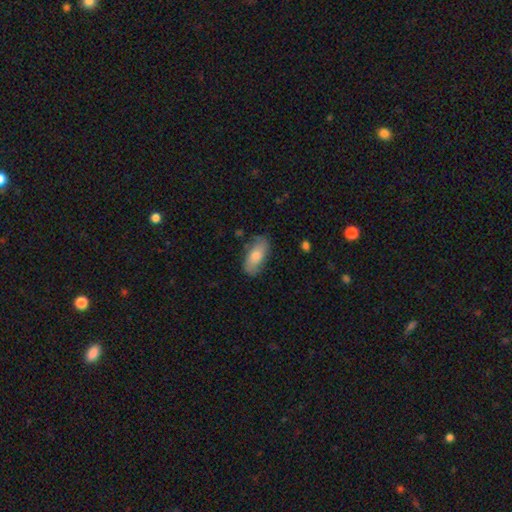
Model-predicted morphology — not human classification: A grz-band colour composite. It shows a smooth galaxy with no disk features (66%) that is in between round and cigar-shaped (87%). Merging: none (78%).